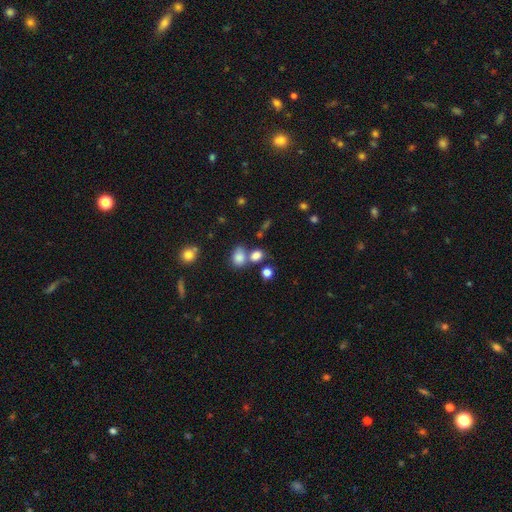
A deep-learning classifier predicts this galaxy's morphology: Smooth or featured? Predicted: smooth (p=0.80). How rounded? Predicted: in between (p=0.55). Merging? Predicted: none (p=0.48).